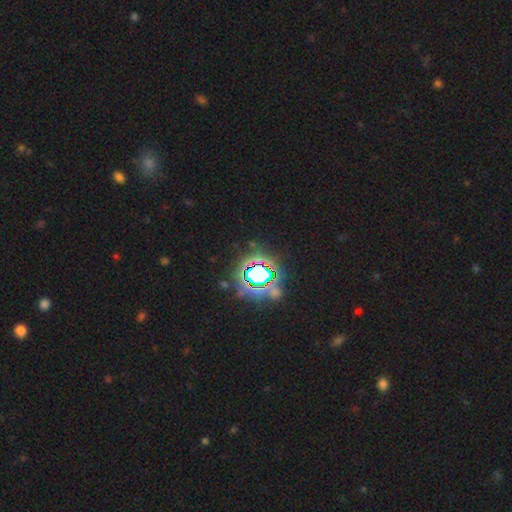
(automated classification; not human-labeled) A star or artifact, not a galaxy (81%).

Vote fractions:
- Smooth or featured? star or artifact: 81% / smooth: 12% / featured or disk: 7%